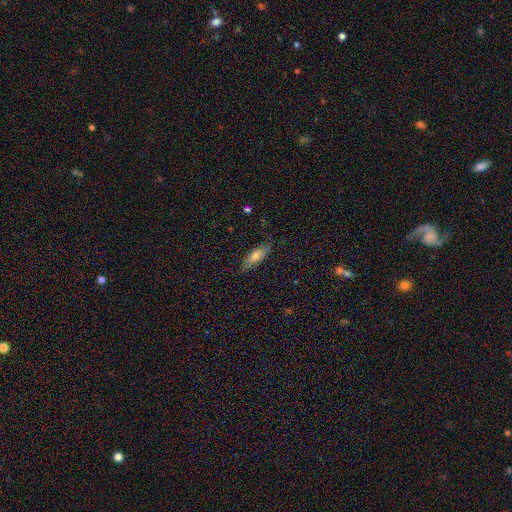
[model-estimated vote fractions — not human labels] This is likely a smooth galaxy (69%). How rounded: possibly in between (54%). Merging: likely none (77%).